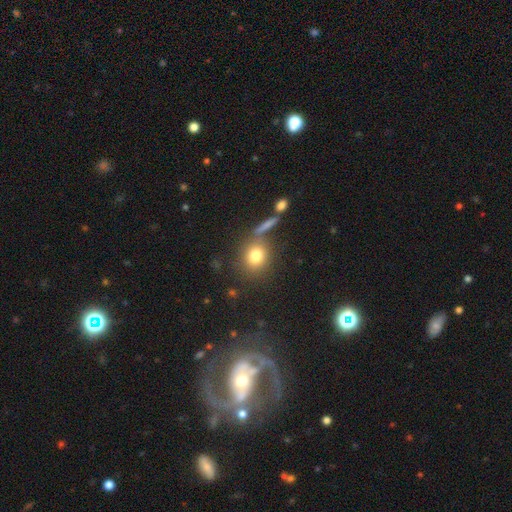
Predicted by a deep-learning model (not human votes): This is likely a smooth galaxy (78%). How rounded: likely round (74%). Merging: likely none (72%).